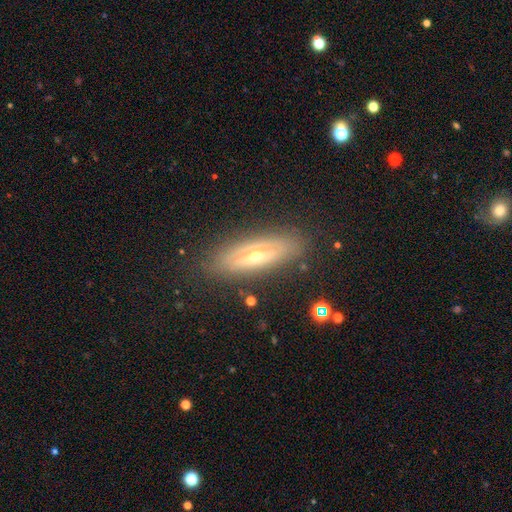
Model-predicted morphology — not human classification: This is likely a featured or disk galaxy (68%). It is likely viewed edge-on (68%). Merging: clearly none (83%).